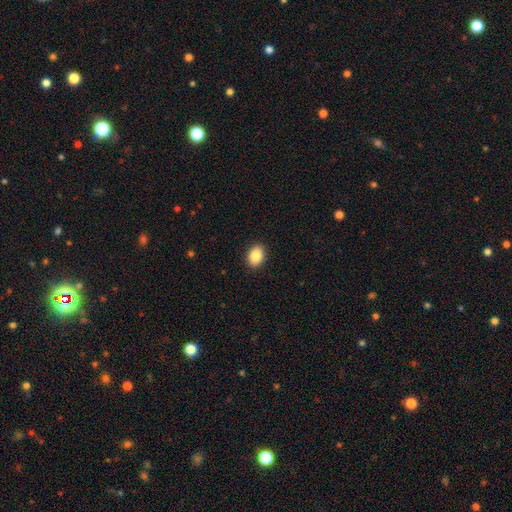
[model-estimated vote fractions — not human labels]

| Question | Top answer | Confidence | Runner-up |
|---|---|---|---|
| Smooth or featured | smooth | 87% | star or artifact (8%) |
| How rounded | in between | 79% | round (20%) |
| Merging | none | 91% | minor disturbance (6%) |